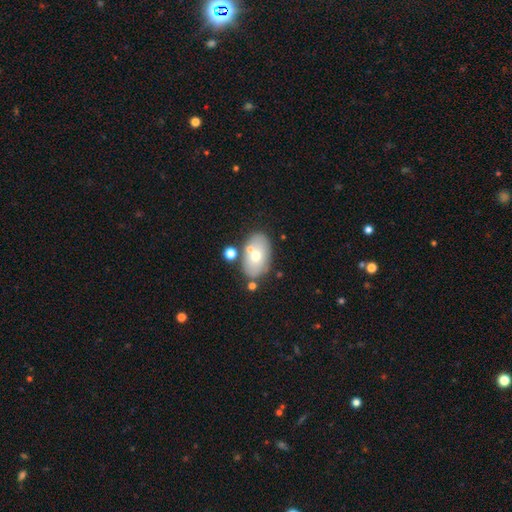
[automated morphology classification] Q: Smooth or featured?
A: smooth (60%); runner-up: featured or disk (31%)
Q: How rounded?
A: in between (88%); runner-up: round (10%)
Q: Merging?
A: none (69%); runner-up: minor disturbance (14%)